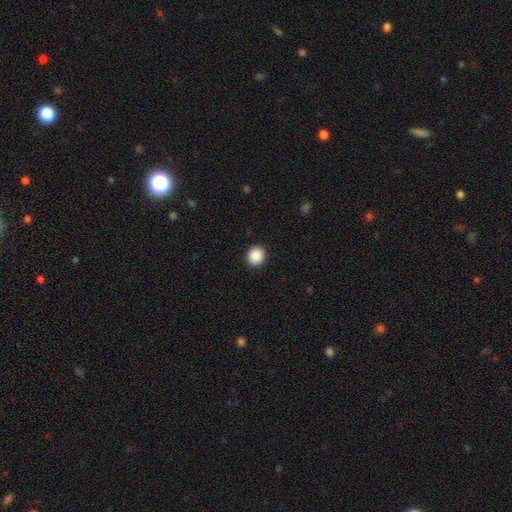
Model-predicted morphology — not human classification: Smooth or featured? smooth (89%)
How rounded? round (81%)
Merging? none (92%)